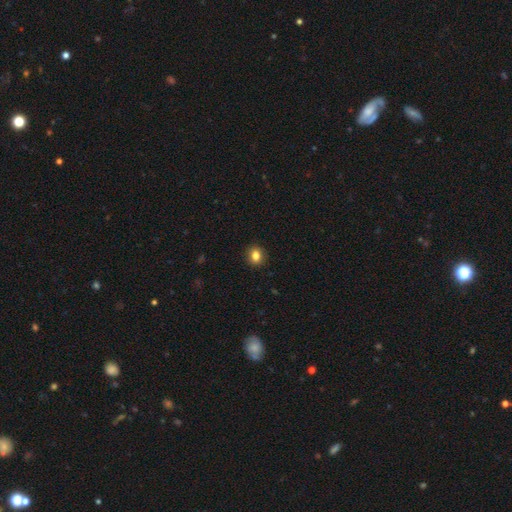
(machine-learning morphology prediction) Q: Smooth or featured?
A: smooth (83%); runner-up: star or artifact (11%)
Q: How rounded?
A: round (69%); runner-up: in between (30%)
Q: Merging?
A: none (91%); runner-up: minor disturbance (6%)